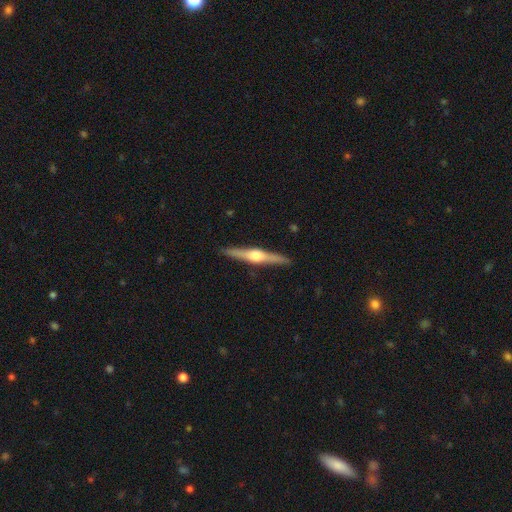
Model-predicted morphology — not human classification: Overall: featured or disk (77%). Edge-on disk: yes (98%). Edge-on bulge: rounded (92%). Merging: none (91%).